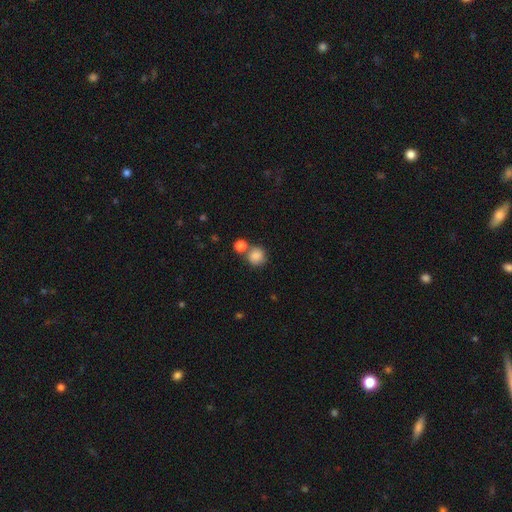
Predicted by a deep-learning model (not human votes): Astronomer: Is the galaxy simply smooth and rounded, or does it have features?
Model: smooth — 85%.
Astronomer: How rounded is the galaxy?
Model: round — 89%.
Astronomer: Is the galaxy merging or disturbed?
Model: none — 58%.